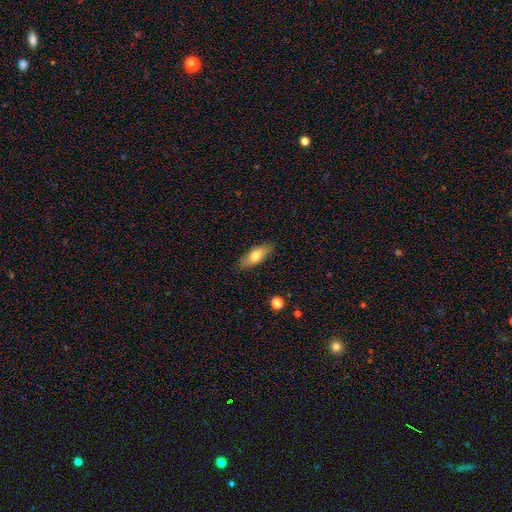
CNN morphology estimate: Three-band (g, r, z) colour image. It shows a smooth galaxy with no disk features (71%) that is in between round and cigar-shaped (69%). Merging: none (85%).